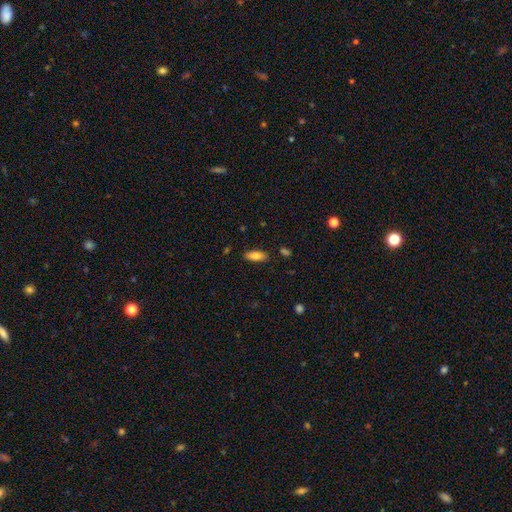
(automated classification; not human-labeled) Smooth or featured? smooth (79%)
How rounded? in between (79%)
Merging? none (86%)